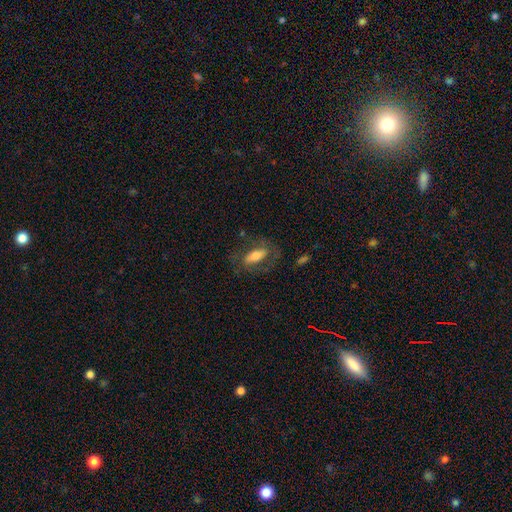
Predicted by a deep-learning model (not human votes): Morphology: type=smooth (49%); merging=none (64%).